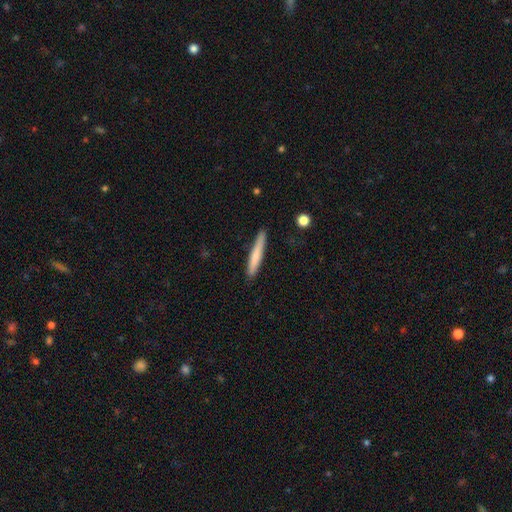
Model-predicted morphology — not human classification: type=smooth (71%); roundness=cigar-shaped (95%); merging=none (87%).